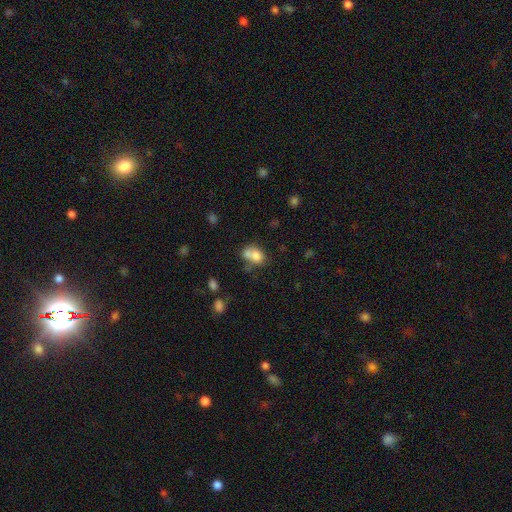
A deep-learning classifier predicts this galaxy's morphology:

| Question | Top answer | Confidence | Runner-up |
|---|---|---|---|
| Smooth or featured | smooth | 74% | featured or disk (15%) |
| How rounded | in between | 60% | round (38%) |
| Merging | merger | 49% | none (32%) |